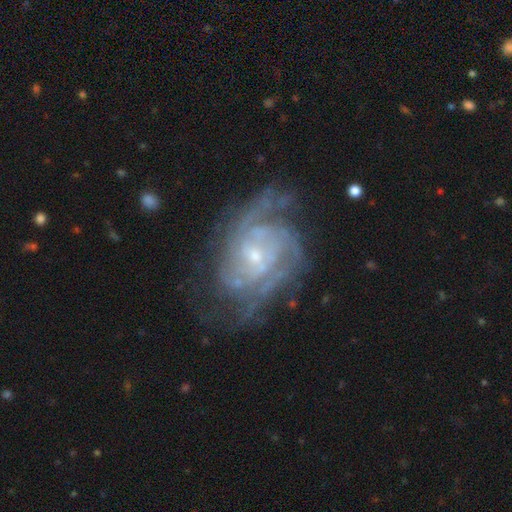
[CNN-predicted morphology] This appears to be a featured or disk galaxy (88%) with no bar (58%), tight (58%) spiral arms (95%) and a small central bulge (70%). Merging: none (62%).